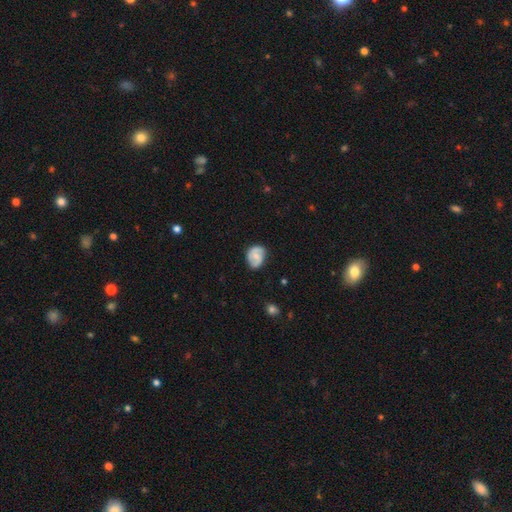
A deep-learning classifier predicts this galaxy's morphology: Smooth or featured? Predicted: featured or disk (p=0.51). Edge-on disk? Predicted: no (p=0.97). Merging? Predicted: none (p=0.67).